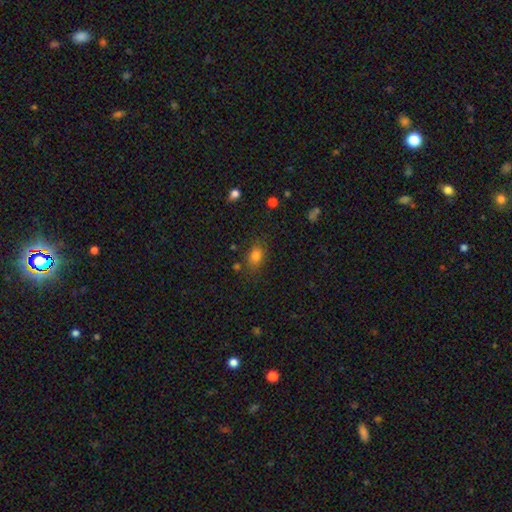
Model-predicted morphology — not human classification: Smooth or featured? smooth (80%)
How rounded? in between (78%)
Merging? none (76%)